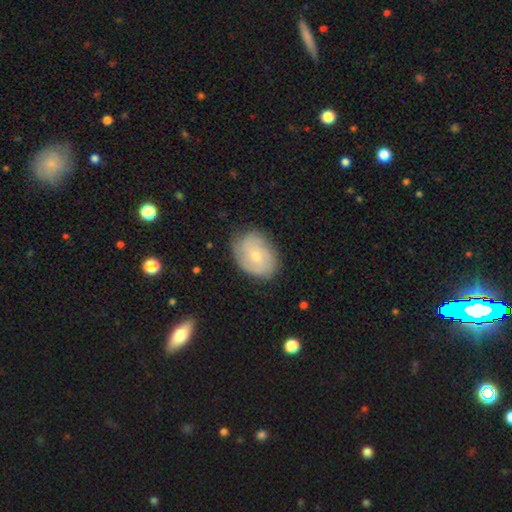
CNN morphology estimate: Smooth or featured?
  - featured or disk: 55% *
  - smooth: 39%
  - star or artifact: 7%
Edge-on disk?
  - no: 96% *
  - yes: 4%
Bar?
  - no: 75% *
  - weak: 22%
  - strong: 3%
Spiral arms?
  - yes: 83% *
  - no: 17%
Bulge size?
  - small: 61% *
  - moderate: 34%
  - none: 2%
  - large: 1%
  - dominant: 1%
Merging?
  - none: 75% *
  - minor disturbance: 19%
  - major disturbance: 5%
  - merger: 1%